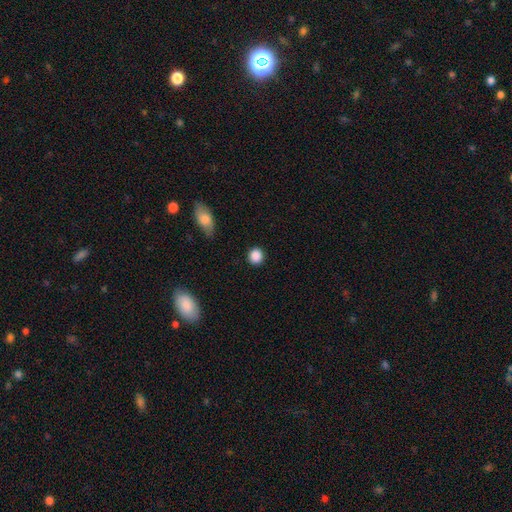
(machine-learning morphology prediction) smooth 88%, star or artifact 9%, featured or disk 3%. Down the decision tree: how rounded — round (89%); merging — none (90%).